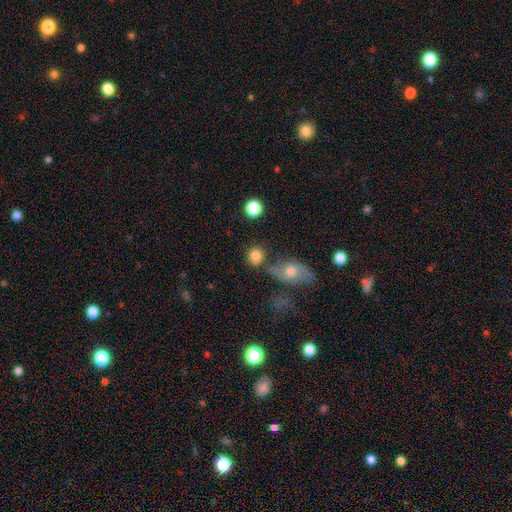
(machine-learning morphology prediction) A smooth galaxy with no disk features (81%) that is round (79%).

Vote fractions:
- Smooth or featured? smooth: 81% / star or artifact: 10% / featured or disk: 9%
- How rounded? round: 79% / in between: 20% / cigar-shaped: 2%
- Merging? none: 63% / merger: 19% / minor disturbance: 13% / major disturbance: 5%